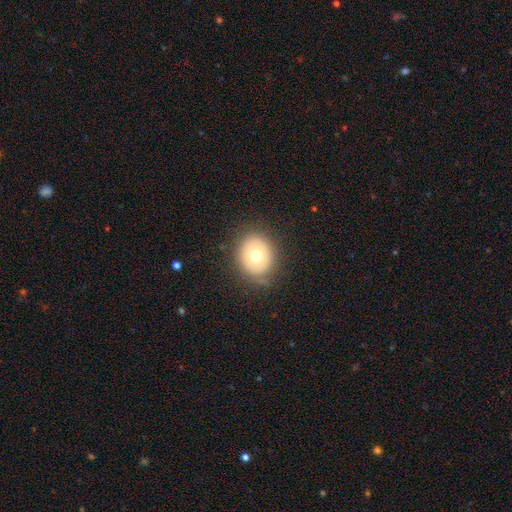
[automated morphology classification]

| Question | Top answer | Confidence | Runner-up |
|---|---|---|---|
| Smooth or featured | smooth | 65% | featured or disk (25%) |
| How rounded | round | 72% | in between (27%) |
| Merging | none | 80% | minor disturbance (13%) |